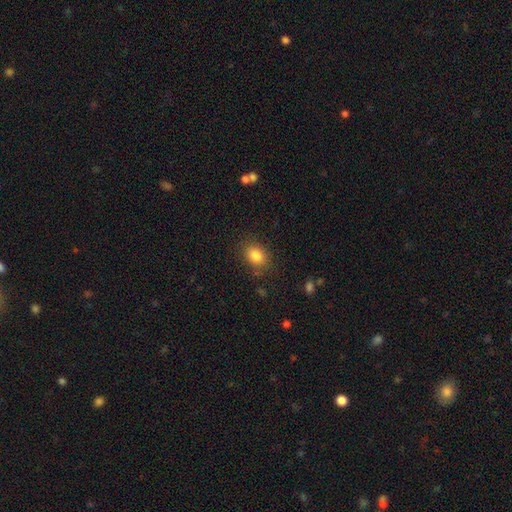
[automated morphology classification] A smooth galaxy with no disk features (84%) that is in between round and cigar-shaped (63%). Merging: none (82%).